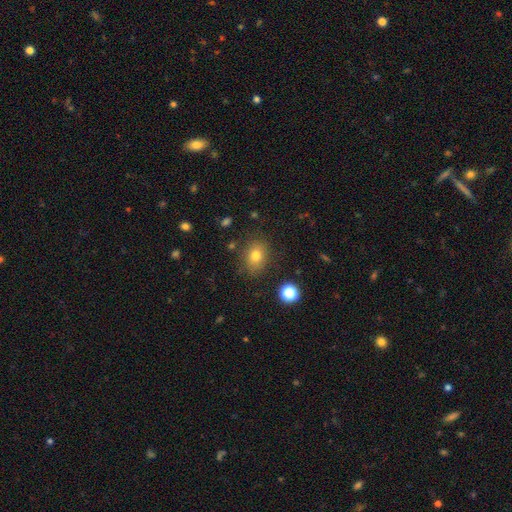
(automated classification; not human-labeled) A smooth galaxy with no disk features (75%) that is in between round and cigar-shaped (54%).

Vote fractions:
- Smooth or featured? smooth: 75% / star or artifact: 14% / featured or disk: 11%
- How rounded? in between: 54% / round: 45% / cigar-shaped: 1%
- Merging? none: 81% / minor disturbance: 12% / major disturbance: 4% / merger: 3%